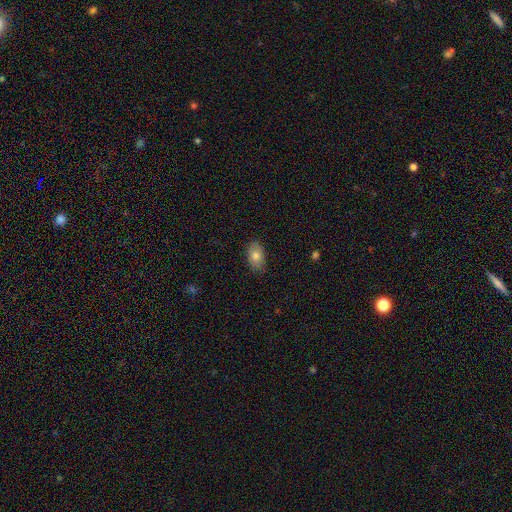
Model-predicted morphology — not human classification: Smooth or featured? Predicted: smooth (p=0.79). How rounded? Predicted: in between (p=0.92). Merging? Predicted: none (p=0.84).